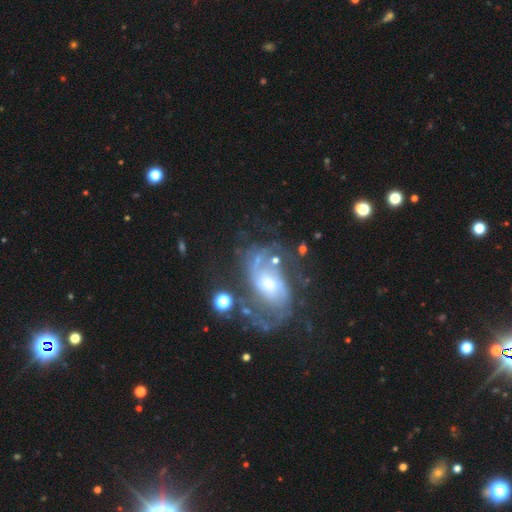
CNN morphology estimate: Q: Smooth or featured?
A: featured or disk (85%); runner-up: star or artifact (8%)
Q: Edge-on disk?
A: no (97%); runner-up: yes (3%)
Q: Bar?
A: no (48%); runner-up: weak (40%)
Q: Spiral arms?
A: yes (93%); runner-up: no (7%)
Q: Spiral winding?
A: medium (48%); runner-up: tight (29%)
Q: Spiral arm count?
A: 2 (70%); runner-up: can't tell (15%)
Q: Bulge size?
A: moderate (48%); runner-up: small (37%)
Q: Merging?
A: none (59%); runner-up: minor disturbance (18%)